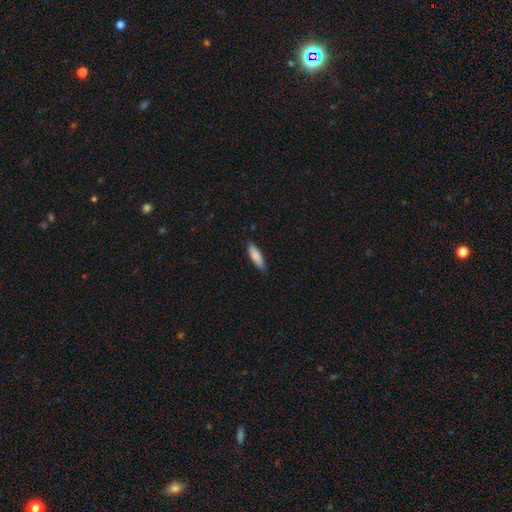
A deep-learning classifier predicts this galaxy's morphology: The model was most divided on "how rounded": in between: 51%, cigar-shaped: 48%, round: 2%. More confident: smooth or featured — smooth (85%); merging — none (83%).